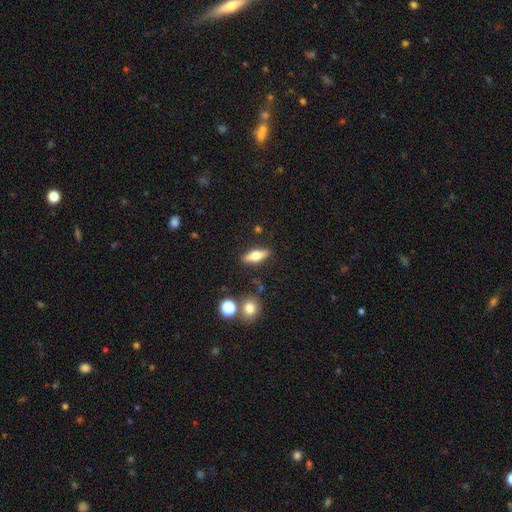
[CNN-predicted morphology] Q: Smooth or featured?
A: smooth (51%); runner-up: featured or disk (41%)
Q: How rounded?
A: in between (52%); runner-up: cigar-shaped (44%)
Q: Merging?
A: none (85%); runner-up: minor disturbance (10%)